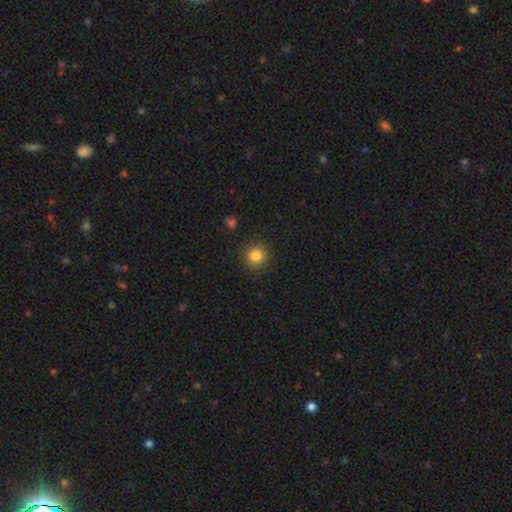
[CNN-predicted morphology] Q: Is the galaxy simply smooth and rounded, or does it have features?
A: smooth — 83%.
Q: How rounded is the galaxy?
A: round — 94%.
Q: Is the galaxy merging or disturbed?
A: none — 90%.